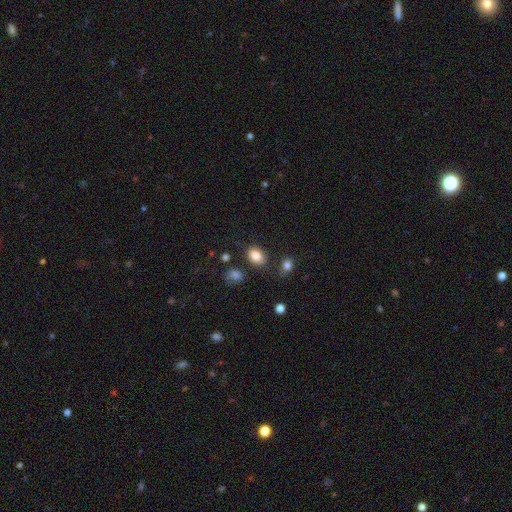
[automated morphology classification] The model was most divided on "how rounded": in between: 76%, round: 23%, cigar-shaped: 1%. More confident: smooth or featured — smooth (85%); merging — none (79%).